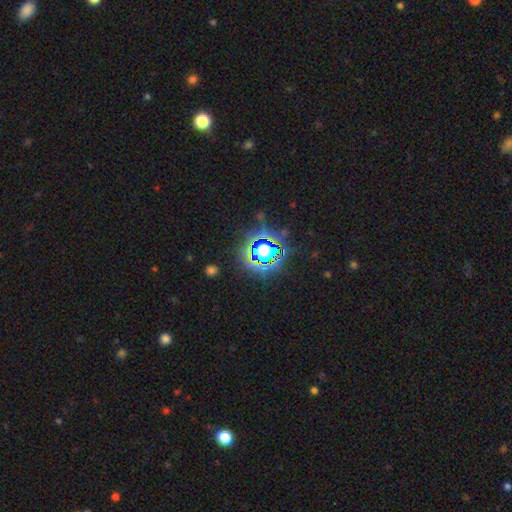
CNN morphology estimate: Smooth or featured? star or artifact (64%)